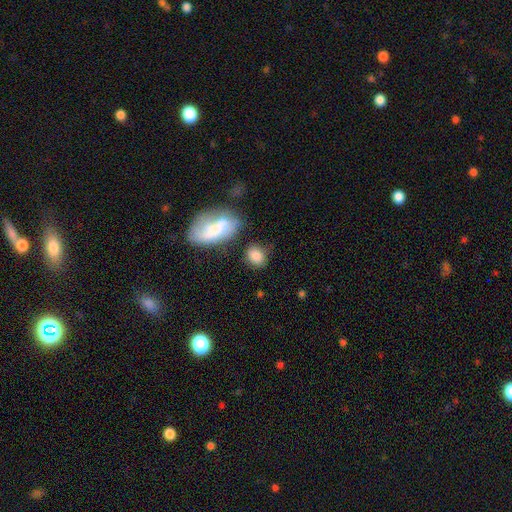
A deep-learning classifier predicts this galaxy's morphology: A smooth galaxy with no disk features (84%) that is in between round and cigar-shaped (50%).

Vote fractions:
- Smooth or featured? smooth: 84% / star or artifact: 8% / featured or disk: 8%
- How rounded? in between: 50% / round: 47% / cigar-shaped: 3%
- Merging? none: 66% / minor disturbance: 17% / merger: 10% / major disturbance: 7%